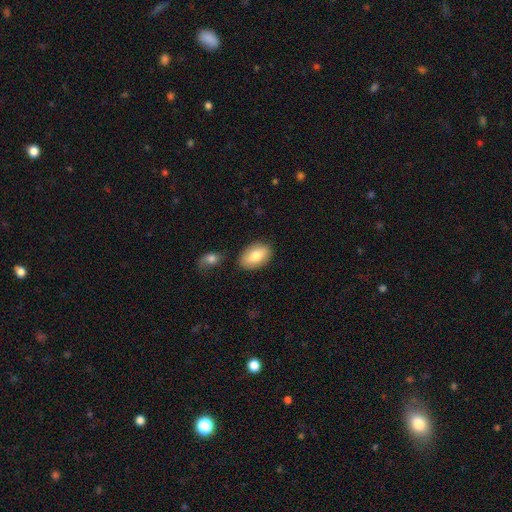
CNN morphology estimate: A smooth galaxy with no disk features (79%) that is in between round and cigar-shaped (90%). Merging: none (82%).